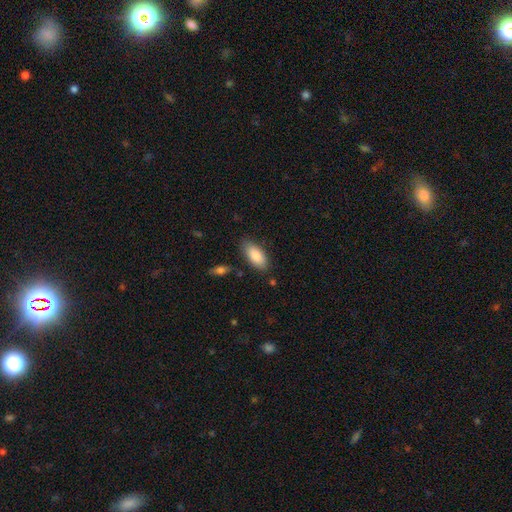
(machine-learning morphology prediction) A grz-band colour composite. It shows a smooth galaxy with no disk features (86%) that is in between round and cigar-shaped (90%). Merging: none (81%).